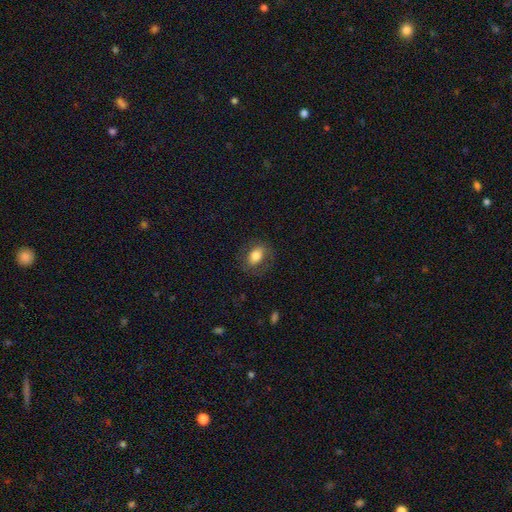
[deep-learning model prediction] A smooth galaxy with no disk features (73%) that is in between round and cigar-shaped (78%). Merging: none (77%).